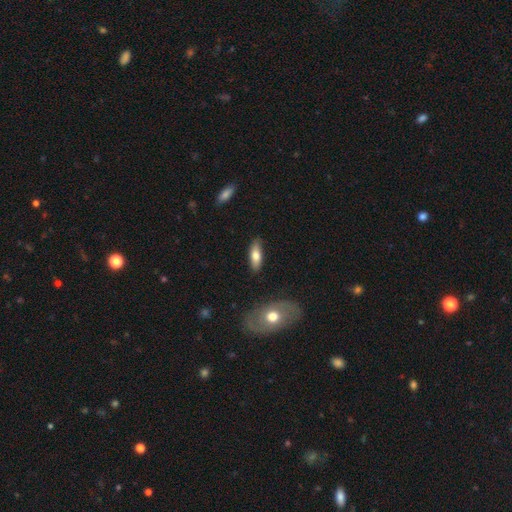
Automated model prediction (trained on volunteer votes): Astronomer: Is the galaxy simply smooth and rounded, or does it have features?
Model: smooth — 72%.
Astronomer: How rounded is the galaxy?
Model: in between — 63%.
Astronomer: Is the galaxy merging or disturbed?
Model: none — 85%.